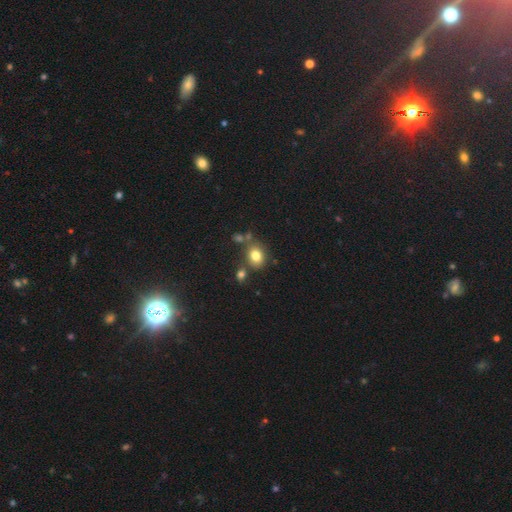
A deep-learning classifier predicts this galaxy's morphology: Q: Smooth or featured?
A: smooth (79%); runner-up: star or artifact (11%)
Q: How rounded?
A: in between (50%); runner-up: round (49%)
Q: Merging?
A: none (65%); runner-up: merger (16%)